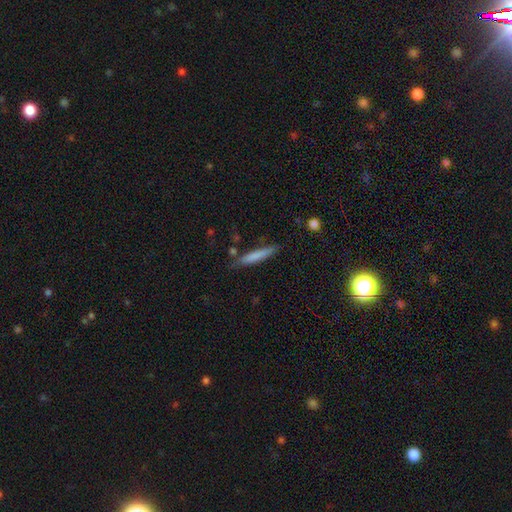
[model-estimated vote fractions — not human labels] Smooth or featured: smooth — 73% (featured or disk — 21%)
How rounded: cigar-shaped — 92% (in between — 7%)
Merging: none — 78% (minor disturbance — 15%)